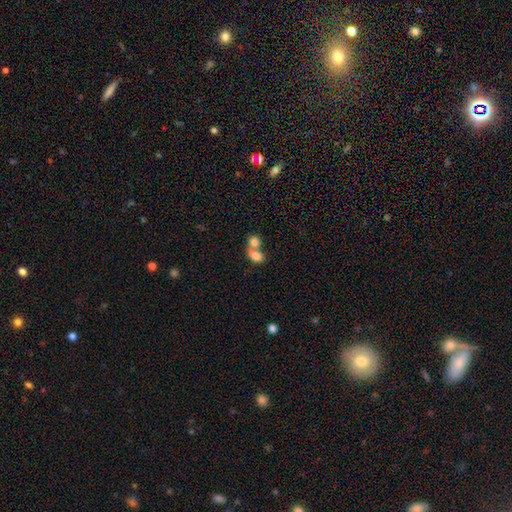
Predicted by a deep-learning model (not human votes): Smooth or featured? smooth (79%)
How rounded? in between (70%)
Merging? merger (68%)